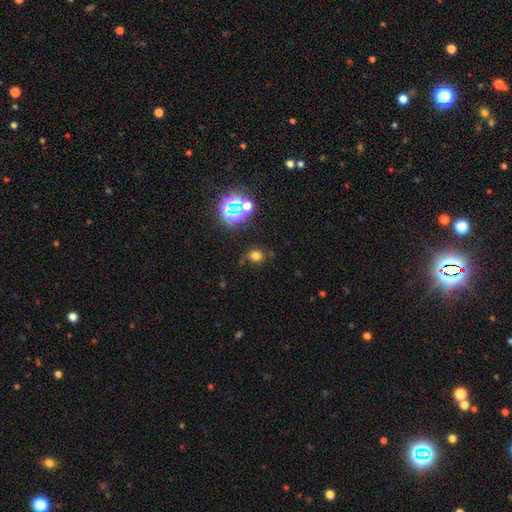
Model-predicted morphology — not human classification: A smooth galaxy with no disk features (69%) that is round (77%). Merging: none (76%).